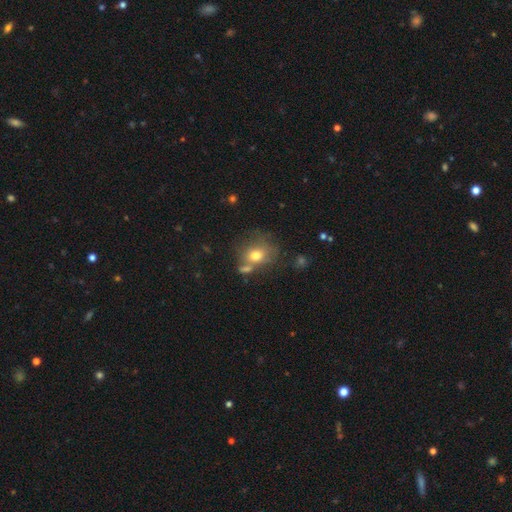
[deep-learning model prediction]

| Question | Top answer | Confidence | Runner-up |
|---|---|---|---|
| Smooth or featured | smooth | 72% | featured or disk (16%) |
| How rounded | round | 61% | in between (38%) |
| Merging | none | 47% | merger (23%) |